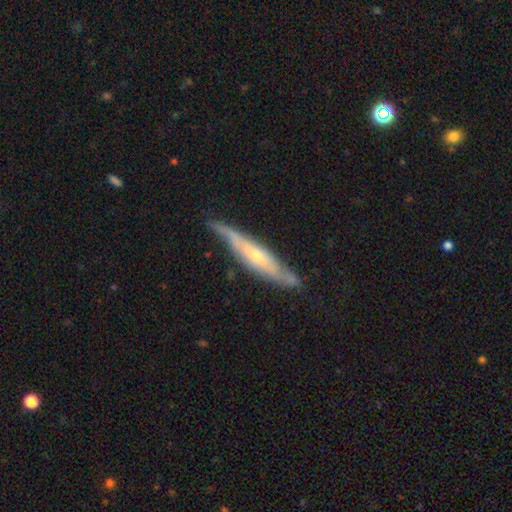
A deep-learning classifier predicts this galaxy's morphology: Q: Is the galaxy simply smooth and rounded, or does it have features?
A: featured or disk — 68%.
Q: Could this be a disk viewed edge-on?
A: yes — 71%.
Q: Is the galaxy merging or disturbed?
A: none — 70%.